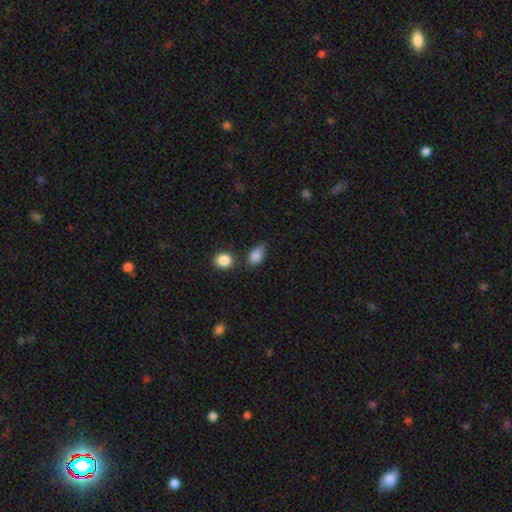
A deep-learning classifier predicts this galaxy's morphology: This appears to be a smooth galaxy with no disk features (85%) that is in between round and cigar-shaped (82%). Merging: none (55%).